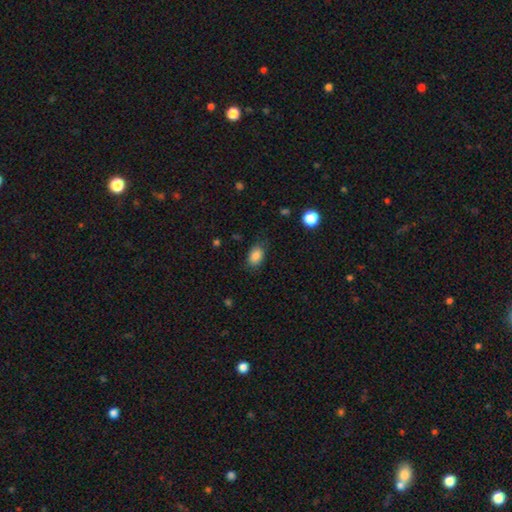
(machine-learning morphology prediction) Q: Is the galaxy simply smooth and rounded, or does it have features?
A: smooth — 87%.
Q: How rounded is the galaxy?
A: in between — 84%.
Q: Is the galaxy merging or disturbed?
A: none — 79%.